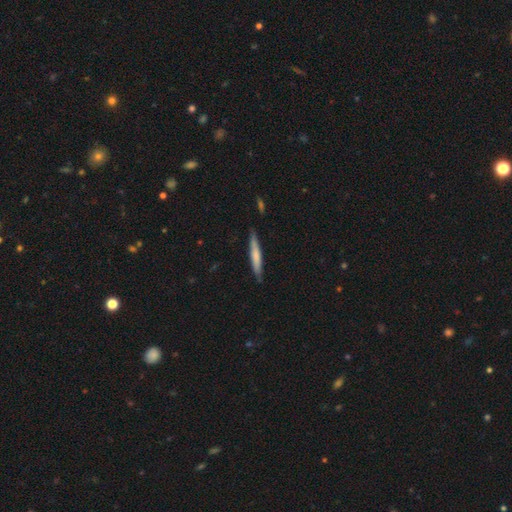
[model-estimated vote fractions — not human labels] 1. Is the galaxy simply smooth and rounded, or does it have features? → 65% smooth, 30% featured or disk, 5% star or artifact.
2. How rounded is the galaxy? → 94% cigar-shaped, 5% in between, 1% round.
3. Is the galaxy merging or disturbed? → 84% none, 12% minor disturbance, 2% major disturbance, 1% merger.